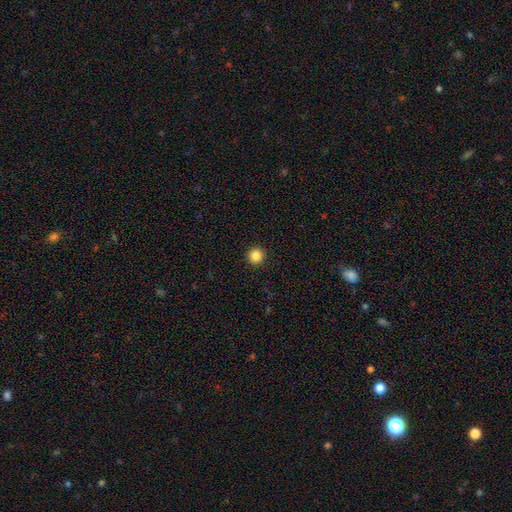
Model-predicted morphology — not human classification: Smooth or featured: smooth — 85% (star or artifact — 11%)
How rounded: round — 96% (in between — 3%)
Merging: none — 94% (minor disturbance — 4%)